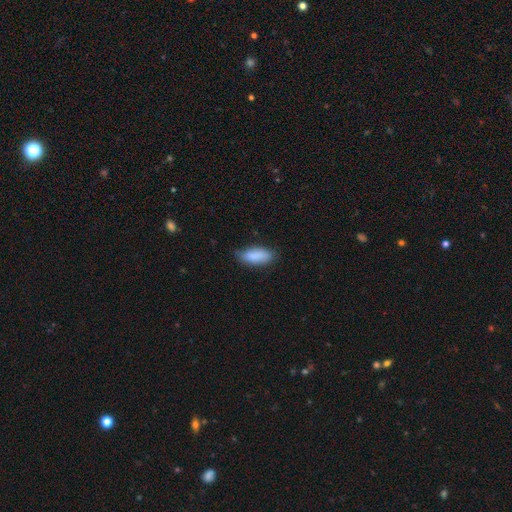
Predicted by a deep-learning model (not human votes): Overall: smooth (87%). How rounded: in between (80%). Merging: none (75%).